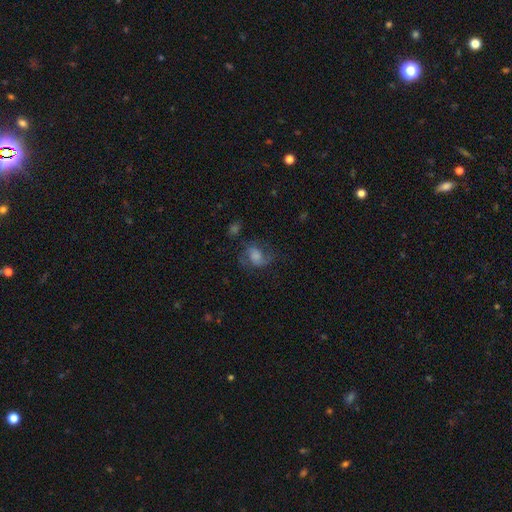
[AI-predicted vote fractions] Smooth or featured? featured or disk (49%)
Merging? none (56%)